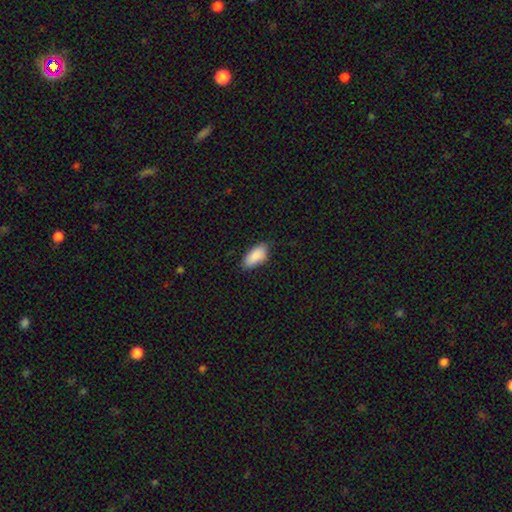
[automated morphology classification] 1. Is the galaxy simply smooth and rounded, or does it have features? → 89% smooth, 6% star or artifact, 5% featured or disk.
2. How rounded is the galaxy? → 89% in between, 9% cigar-shaped, 2% round.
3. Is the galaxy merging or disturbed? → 79% none, 17% minor disturbance, 3% major disturbance, 1% merger.